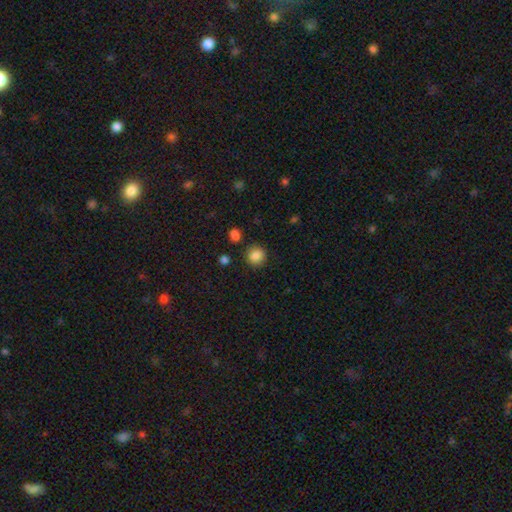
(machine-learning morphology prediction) Smooth or featured: smooth — 86% (star or artifact — 10%)
How rounded: round — 90% (in between — 9%)
Merging: none — 88% (minor disturbance — 7%)